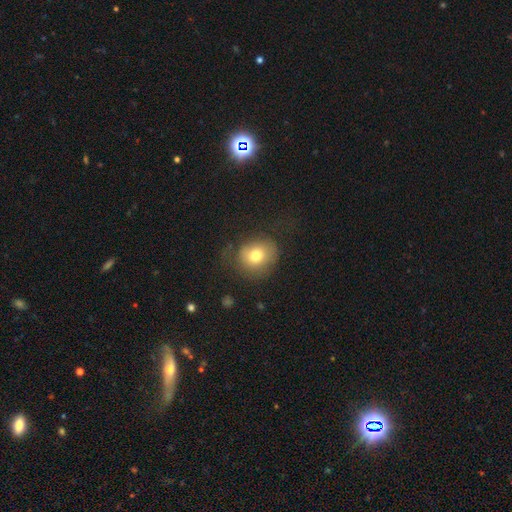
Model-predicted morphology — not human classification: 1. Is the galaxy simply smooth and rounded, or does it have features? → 75% smooth, 14% featured or disk, 11% star or artifact.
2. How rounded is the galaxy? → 74% round, 25% in between, 1% cigar-shaped.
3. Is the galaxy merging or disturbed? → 67% none, 20% minor disturbance, 12% major disturbance, 1% merger.